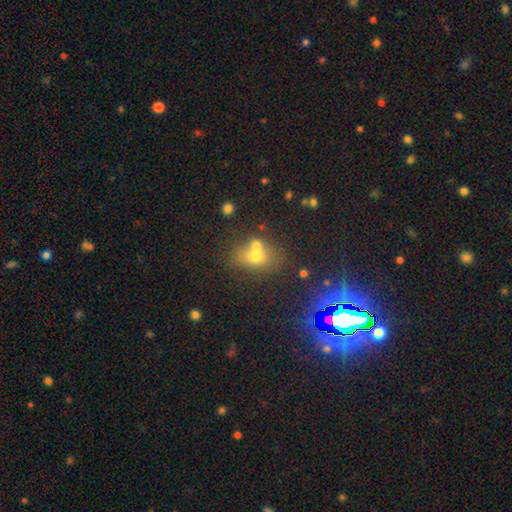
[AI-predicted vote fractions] Smooth or featured?
  - smooth: 57% *
  - star or artifact: 24%
  - featured or disk: 18%
How rounded?
  - in between: 53% *
  - round: 45%
  - cigar-shaped: 2%
Merging?
  - none: 42% * (tied)
  - merger: 42% * (tied)
  - minor disturbance: 10%
  - major disturbance: 5%